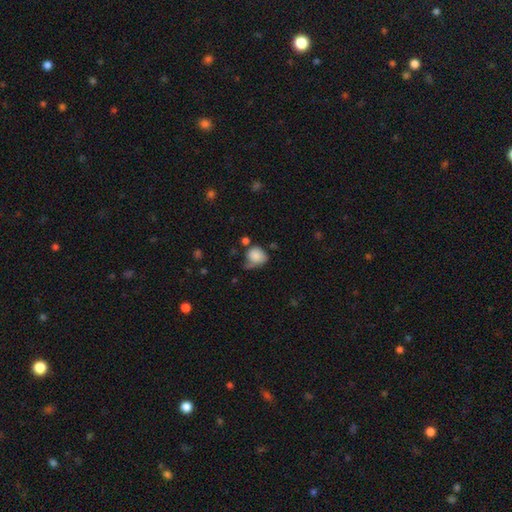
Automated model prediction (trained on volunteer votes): A smooth galaxy with no disk features (81%) that is round (66%).

Vote fractions:
- Smooth or featured? smooth: 81% / featured or disk: 10% / star or artifact: 9%
- How rounded? round: 66% / in between: 33% / cigar-shaped: 1%
- Merging? none: 38% / minor disturbance: 33% / major disturbance: 19% / merger: 9%